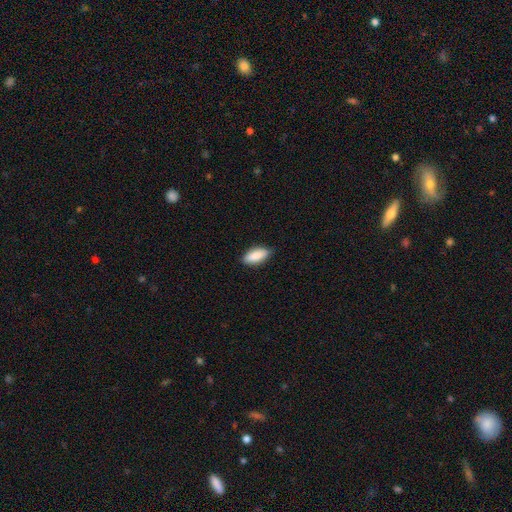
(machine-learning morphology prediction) Smooth or featured? Predicted: smooth (p=0.88). How rounded? Predicted: in between (p=0.83). Merging? Predicted: none (p=0.85).